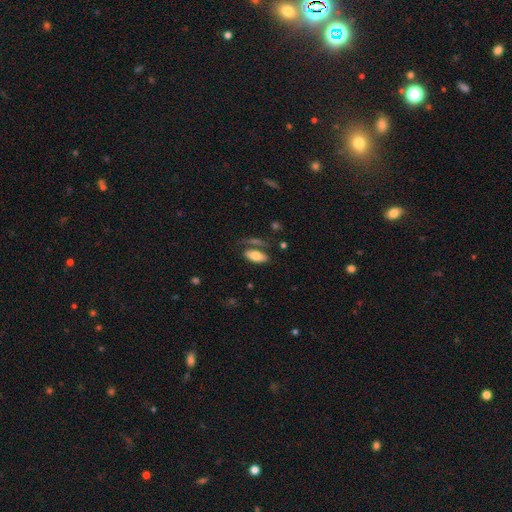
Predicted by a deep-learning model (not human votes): This appears to be a smooth galaxy with no disk features (72%) that is in between round and cigar-shaped (86%). Merging: none (60%).